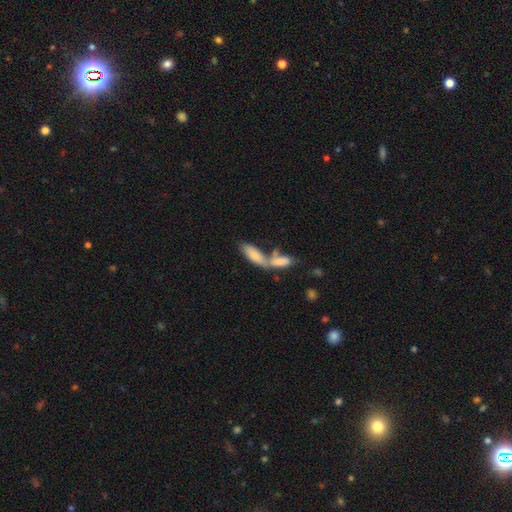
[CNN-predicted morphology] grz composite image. It shows a smooth galaxy with no disk features (76%) that is in between round and cigar-shaped (68%). Merging: merger (62%).